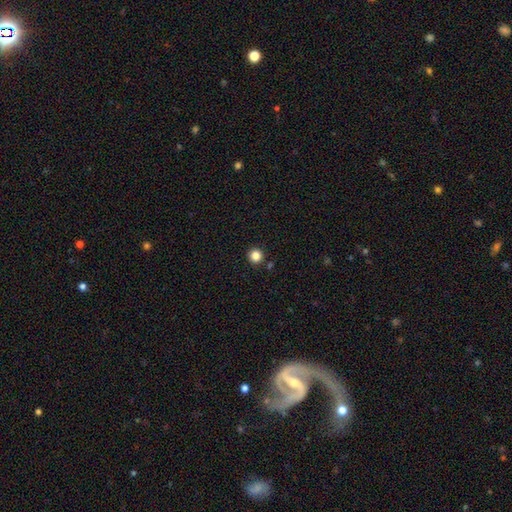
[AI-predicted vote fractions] Smooth or featured? Predicted: smooth (p=0.85). How rounded? Predicted: round (p=0.95). Merging? Predicted: none (p=0.91).